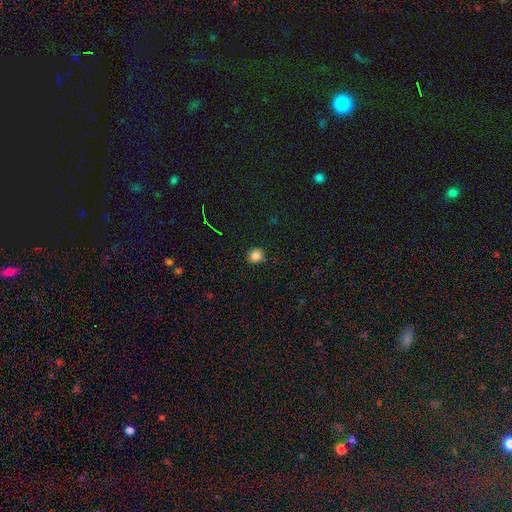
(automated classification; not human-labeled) smooth_or_featured: smooth (p=0.83) [alt: star or artifact p=0.12]
how_rounded: round (p=0.86) [alt: in between p=0.13]
merging: none (p=0.85) [alt: minor disturbance p=0.11]